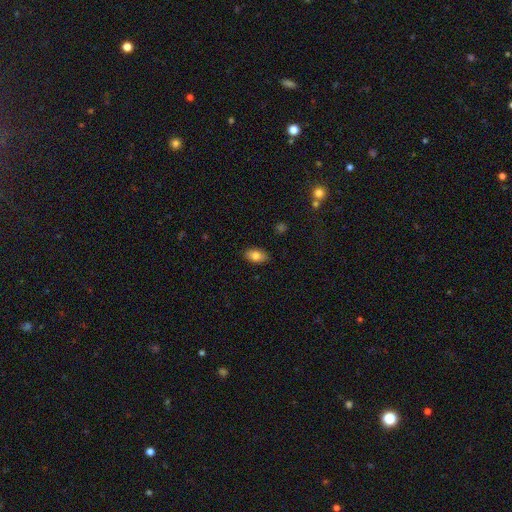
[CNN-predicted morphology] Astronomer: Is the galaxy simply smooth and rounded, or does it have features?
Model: smooth — 80%.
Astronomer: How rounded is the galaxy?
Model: in between — 91%.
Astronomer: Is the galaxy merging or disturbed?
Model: none — 88%.